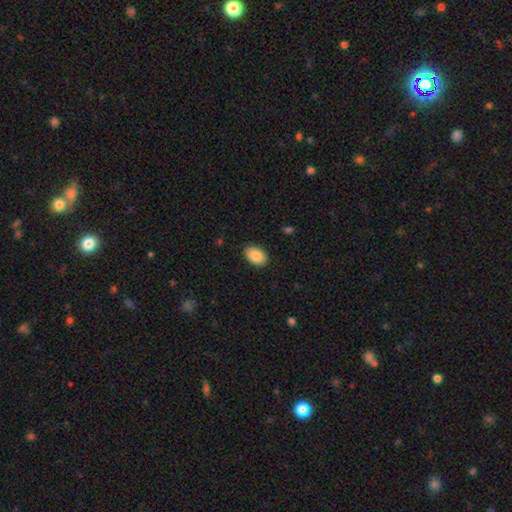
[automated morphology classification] Overall: smooth (89%). How rounded: in between (88%). Merging: none (88%).